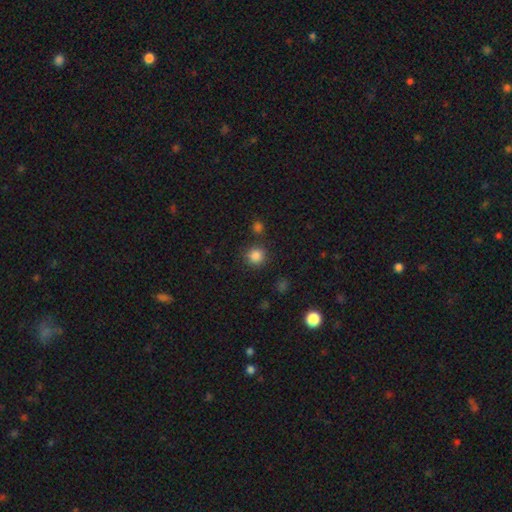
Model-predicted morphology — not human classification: A smooth galaxy with no disk features (84%) that is round (92%). Merging: none (82%).